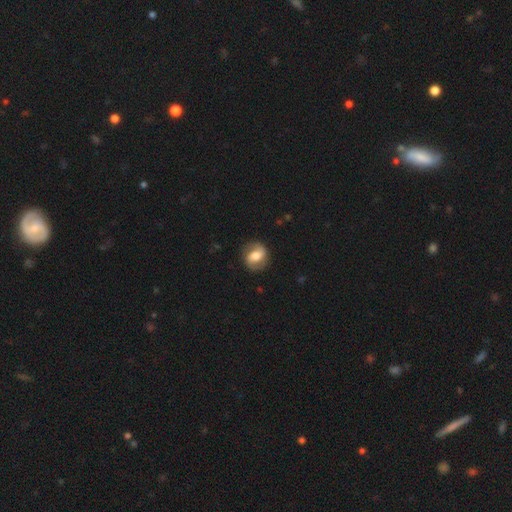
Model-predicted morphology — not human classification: The model was most divided on "spiral winding": medium: 46%, loose: 32%, tight: 22%. Remaining: edge-on disk — no (97%); spiral arm count — 2 (90%); spiral arms — yes (88%); merging — none (83%); smooth or featured — featured or disk (66%); bulge size — moderate (59%); bar — weak (45%).